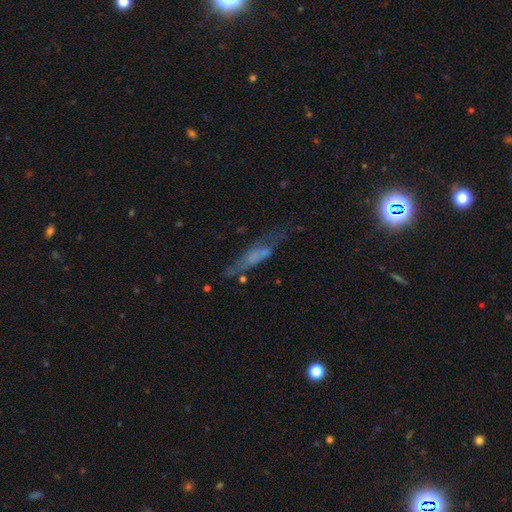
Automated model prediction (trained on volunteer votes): A featured or disk galaxy (46%).

Vote fractions:
- Smooth or featured? featured or disk: 46% / smooth: 40% / star or artifact: 14%
- Merging? none: 52% / minor disturbance: 24% / major disturbance: 19% / merger: 6%